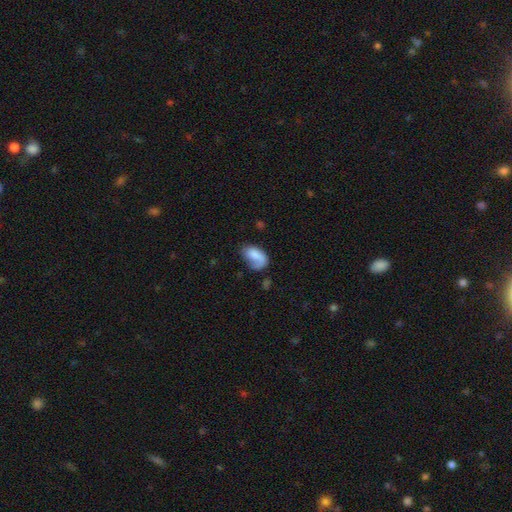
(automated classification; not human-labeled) Overall: smooth (66%; featured or disk 27%). How rounded: in between (91%). Merging: none (45%; minor disturbance 27%).